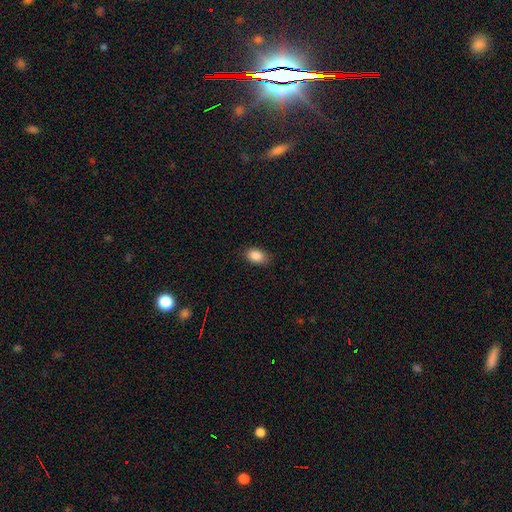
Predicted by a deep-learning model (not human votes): Smooth or featured: smooth — 88% (star or artifact — 8%)
How rounded: in between — 88% (round — 11%)
Merging: none — 82% (minor disturbance — 14%)